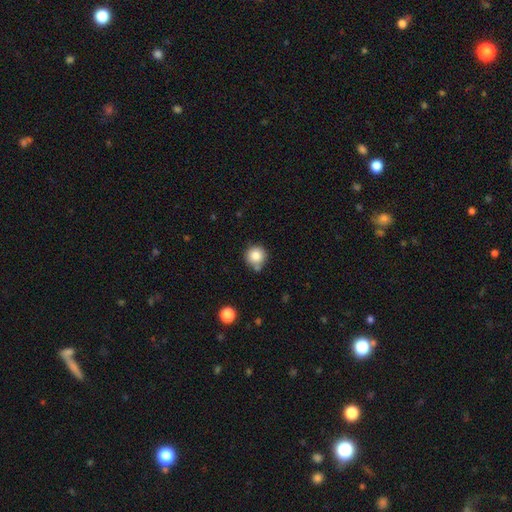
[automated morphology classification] A smooth galaxy with no disk features (84%) that is round (94%). Merging: none (73%).